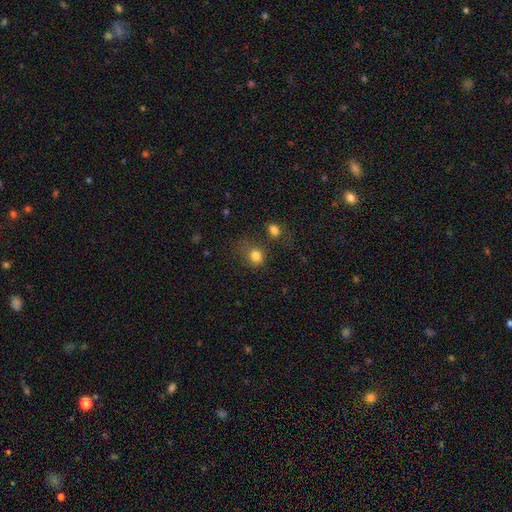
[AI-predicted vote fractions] This appears to be a smooth galaxy with no disk features (81%) that is round (59%). Merging: none (46%).